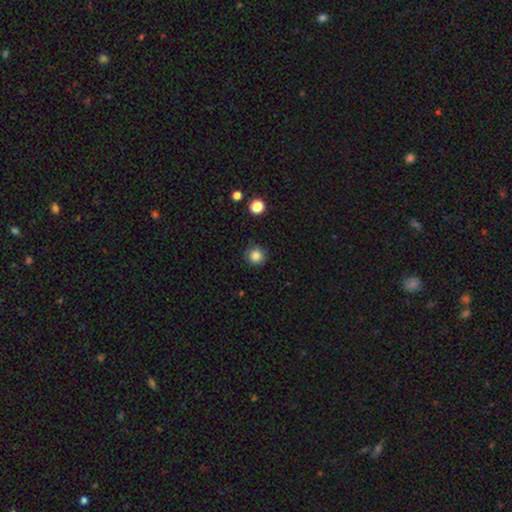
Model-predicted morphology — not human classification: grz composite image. It shows a smooth galaxy with no disk features (85%) that is round (95%). Merging: none (89%).